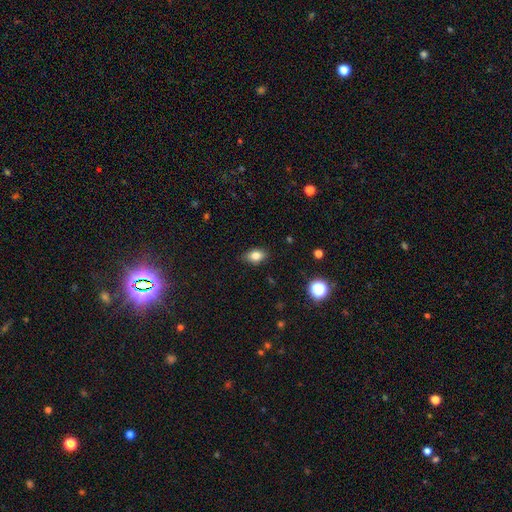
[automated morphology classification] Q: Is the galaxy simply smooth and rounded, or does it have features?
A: smooth — 81%.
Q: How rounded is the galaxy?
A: in between — 80%.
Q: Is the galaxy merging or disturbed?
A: none — 84%.